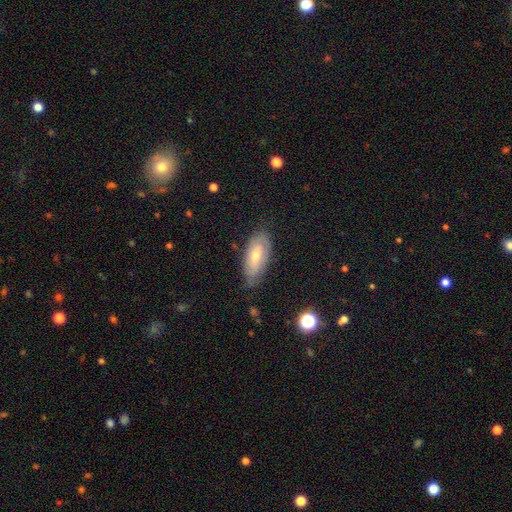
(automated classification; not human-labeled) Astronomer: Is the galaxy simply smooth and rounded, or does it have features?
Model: smooth — 49% (runner-up: featured or disk, 44%).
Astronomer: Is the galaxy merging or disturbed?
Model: none — 73%.